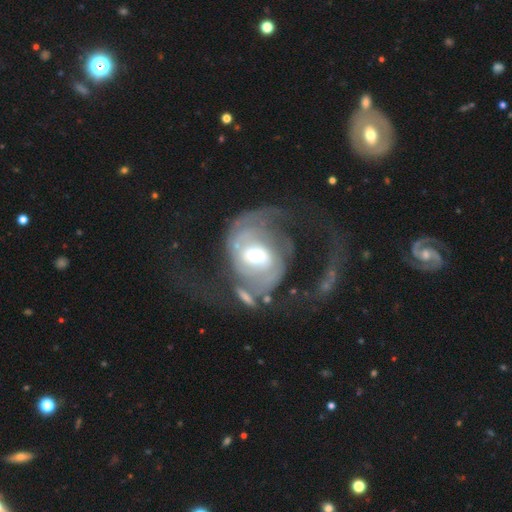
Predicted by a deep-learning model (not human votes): Q: Smooth or featured?
A: featured or disk (81%); runner-up: smooth (13%)
Q: Edge-on disk?
A: no (97%); runner-up: yes (3%)
Q: Bar?
A: no (44%); runner-up: weak (41%)
Q: Spiral arms?
A: yes (85%); runner-up: no (15%)
Q: Spiral winding?
A: medium (39%); tied with: loose (39%)
Q: Spiral arm count?
A: 2 (63%); runner-up: can't tell (16%)
Q: Bulge size?
A: moderate (63%); runner-up: small (23%)
Q: Merging?
A: major disturbance (49%); runner-up: none (26%)